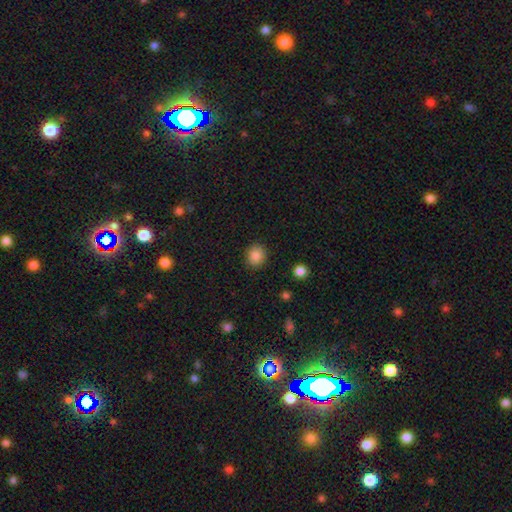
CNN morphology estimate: type=smooth (86%); roundness=round (80%); merging=none (90%).